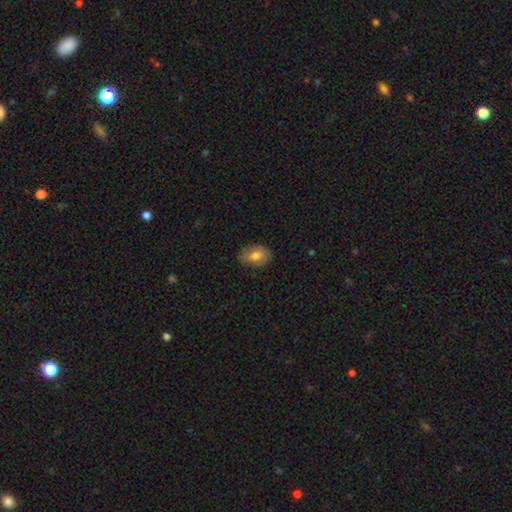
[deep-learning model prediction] A smooth galaxy with no disk features (75%) that is in between round and cigar-shaped (83%).

Vote fractions:
- Smooth or featured? smooth: 75% / featured or disk: 18% / star or artifact: 7%
- How rounded? in between: 83% / round: 15% / cigar-shaped: 2%
- Merging? none: 80% / minor disturbance: 16% / major disturbance: 3% / merger: 1%